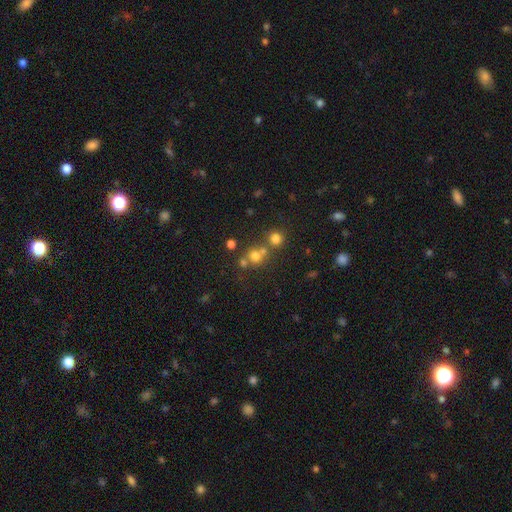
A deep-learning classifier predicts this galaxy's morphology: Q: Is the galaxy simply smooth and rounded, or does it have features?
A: smooth — 62%.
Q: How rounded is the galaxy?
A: round — 85%.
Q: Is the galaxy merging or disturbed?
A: none — 51%.